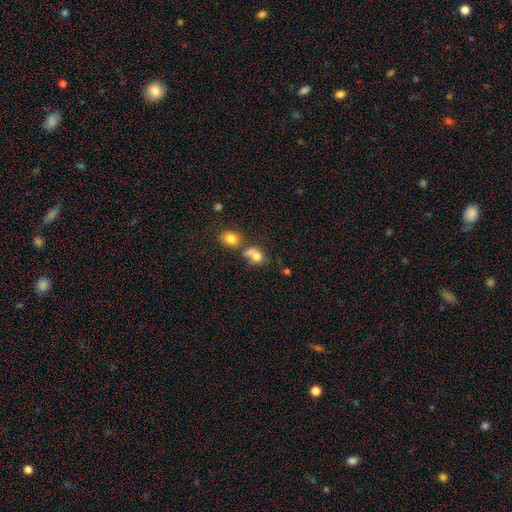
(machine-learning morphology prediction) A smooth galaxy with no disk features (76%) that is round (54%). Merging: merger (46%).